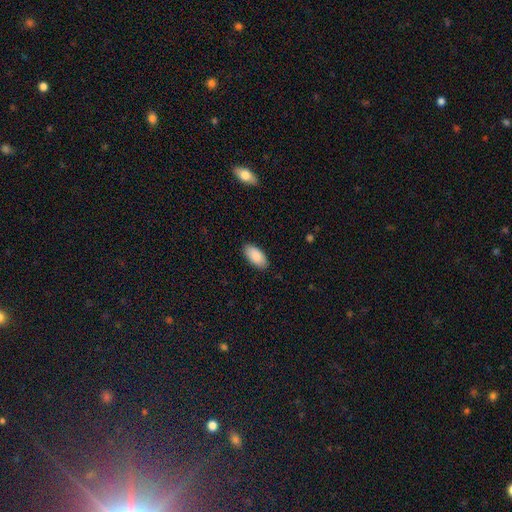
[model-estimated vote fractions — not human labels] This appears to be a smooth galaxy with no disk features (89%) that is in between round and cigar-shaped (94%). Merging: none (88%).